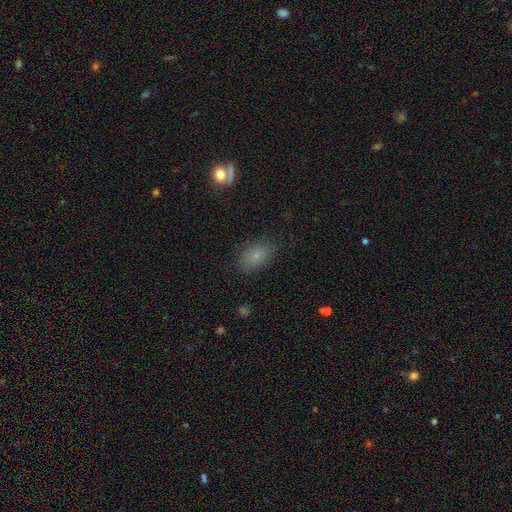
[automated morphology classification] A smooth galaxy with no disk features (78%) that is in between round and cigar-shaped (86%). Merging: none (82%).